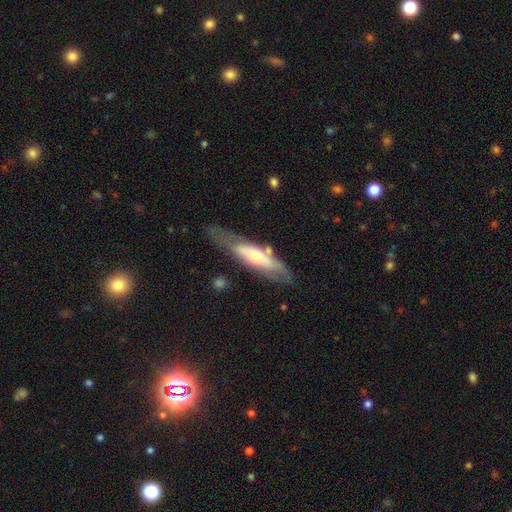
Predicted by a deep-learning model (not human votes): smooth-or-featured: featured or disk: 57% | smooth: 38% | star or artifact: 6%
  disk-edge-on: no: 52% | yes: 48%
  merging: none: 62% | minor disturbance: 23% | major disturbance: 10% | merger: 6%